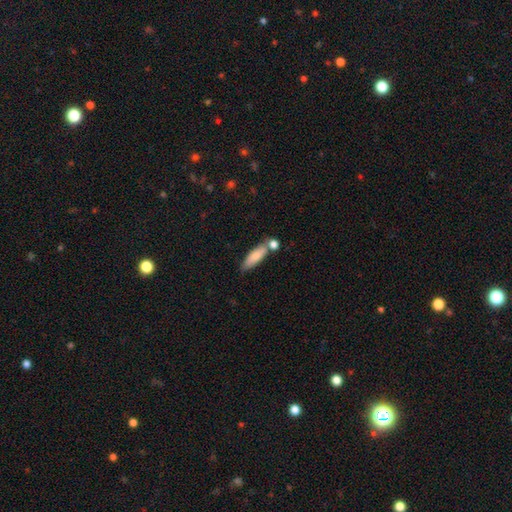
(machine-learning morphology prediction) smooth 80%, featured or disk 14%, star or artifact 6%. Down the decision tree: how rounded — cigar-shaped (50%); merging — none (57%).